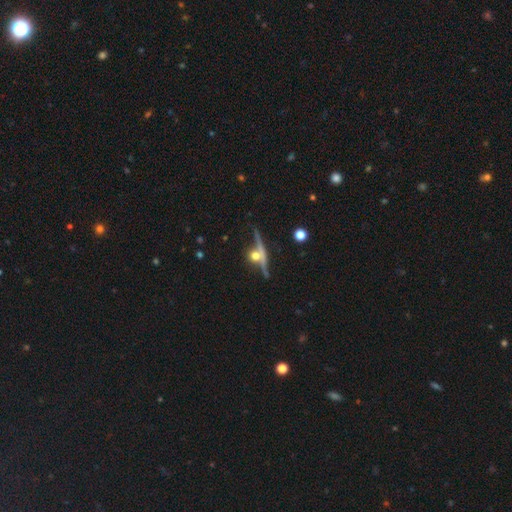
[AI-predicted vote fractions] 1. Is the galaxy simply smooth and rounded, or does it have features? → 58% featured or disk, 30% smooth, 12% star or artifact.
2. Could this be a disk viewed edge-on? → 79% yes, 21% no.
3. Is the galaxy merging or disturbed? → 60% none, 17% merger, 14% minor disturbance, 9% major disturbance.